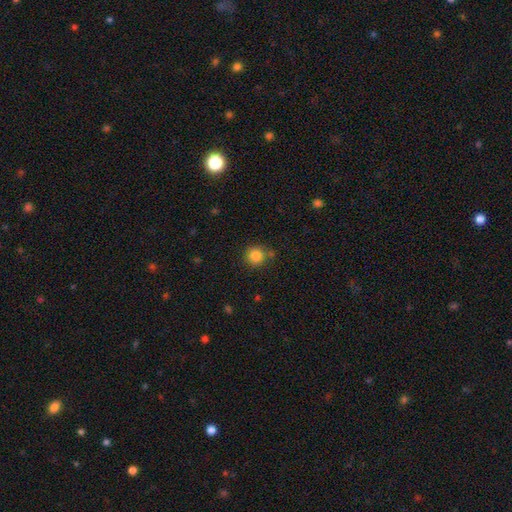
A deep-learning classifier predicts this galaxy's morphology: smooth-or-featured: smooth: 84% | star or artifact: 11% | featured or disk: 5%
  how-rounded: round: 93% | in between: 6% | cigar-shaped: 1%
  merging: none: 78% | minor disturbance: 12% | merger: 6% | major disturbance: 3%